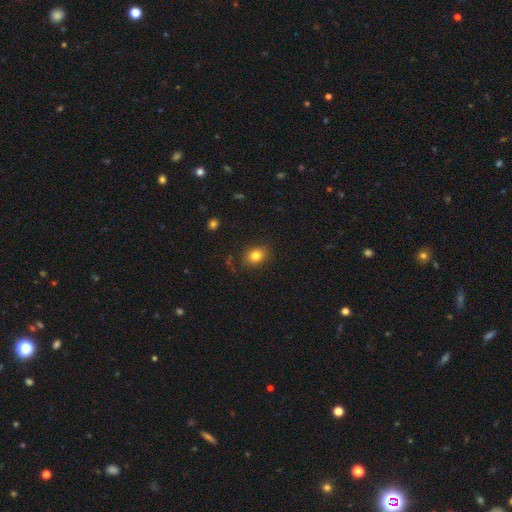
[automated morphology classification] A smooth galaxy with no disk features (82%) that is in between round and cigar-shaped (59%).

Vote fractions:
- Smooth or featured? smooth: 82% / star or artifact: 11% / featured or disk: 8%
- How rounded? in between: 59% / round: 40% / cigar-shaped: 1%
- Merging? none: 84% / minor disturbance: 12% / major disturbance: 3% / merger: 2%